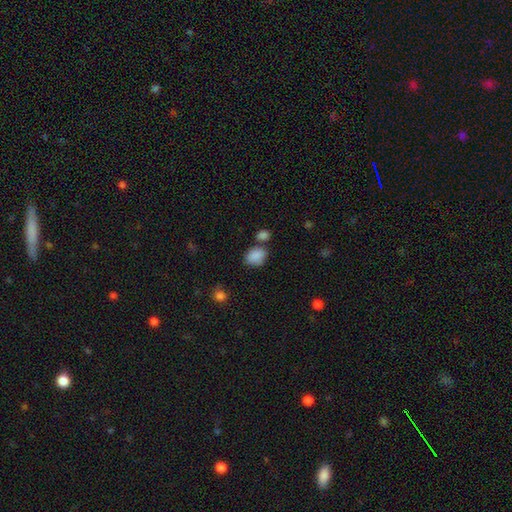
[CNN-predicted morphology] This is clearly a smooth galaxy (86%). How rounded: likely in between (64%). Merging: possibly none (58%).